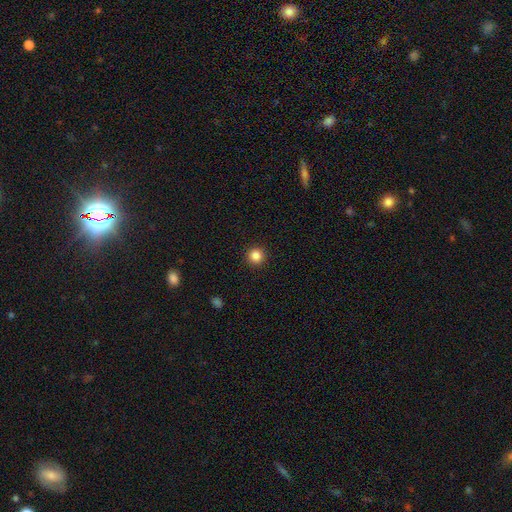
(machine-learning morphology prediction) type=smooth (85%); roundness=round (95%); merging=none (93%).